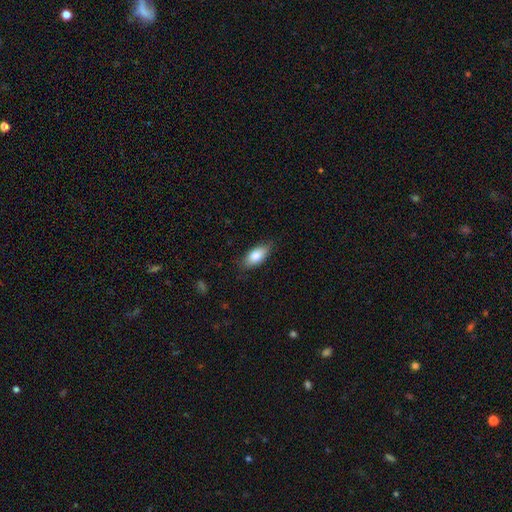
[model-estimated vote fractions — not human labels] Smooth or featured? Predicted: smooth (p=0.80). How rounded? Predicted: in between (p=0.88). Merging? Predicted: none (p=0.81).